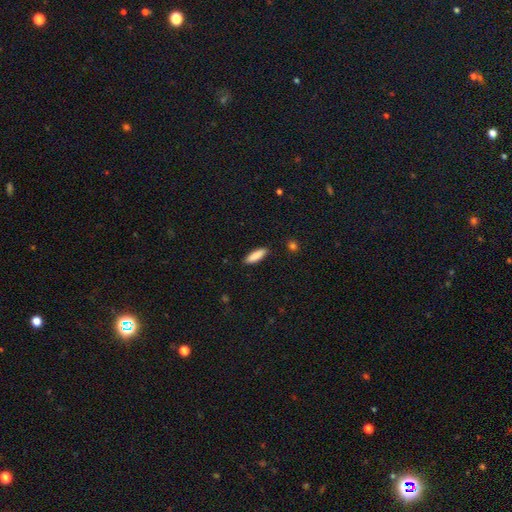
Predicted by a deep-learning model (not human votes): smooth_or_featured: smooth (p=0.88) [alt: star or artifact p=0.06]
how_rounded: cigar-shaped (p=0.53) [alt: in between p=0.46]
merging: none (p=0.89) [alt: minor disturbance p=0.08]